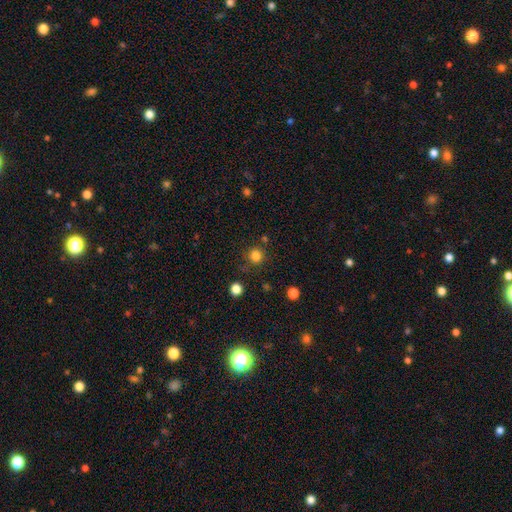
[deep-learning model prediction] A smooth galaxy with no disk features (82%) that is round (93%).

Vote fractions:
- Smooth or featured? smooth: 82% / star or artifact: 14% / featured or disk: 4%
- How rounded? round: 93% / in between: 6% / cigar-shaped: 1%
- Merging? none: 80% / minor disturbance: 10% / merger: 5% / major disturbance: 4%